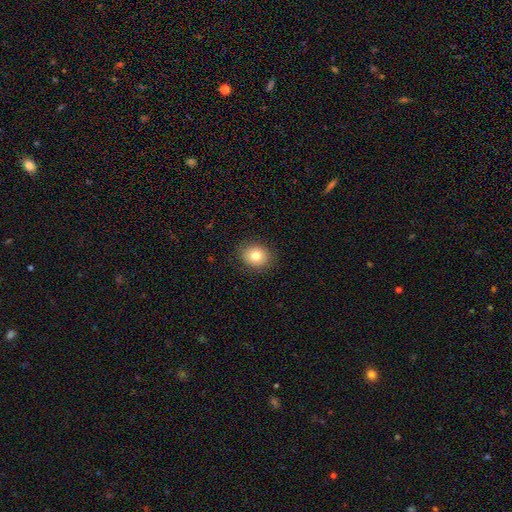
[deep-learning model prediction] This is clearly a smooth galaxy (80%). How rounded: likely round (68%). Merging: clearly none (87%).